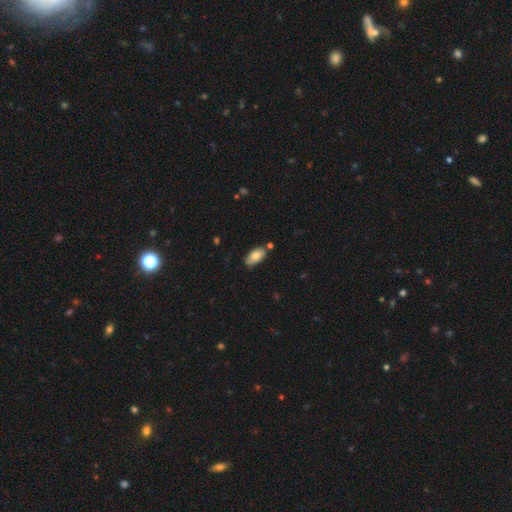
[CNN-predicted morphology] The model was most divided on "merging": none: 75%, minor disturbance: 15%, merger: 7%, major disturbance: 3%. More confident: how rounded — in between (94%); smooth or featured — smooth (77%).